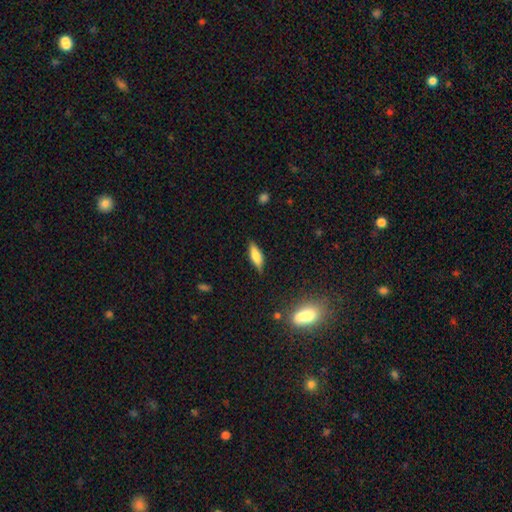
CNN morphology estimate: Overall: smooth (65%; featured or disk 27%). How rounded: in between (51%; cigar-shaped 47%). Merging: none (82%).